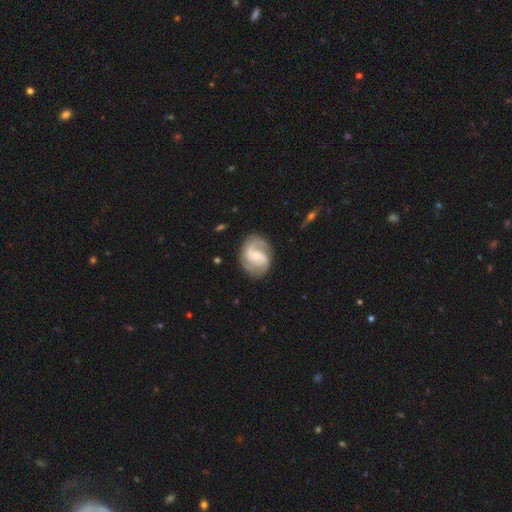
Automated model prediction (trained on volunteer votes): featured or disk 84%, smooth 11%, star or artifact 5%. Down the decision tree: edge-on disk — no (98%); bar — weak (50%); spiral arms — yes (96%); spiral arm count — 2 (78%); spiral winding — medium (50%); bulge size — small (57%); merging — none (76%).